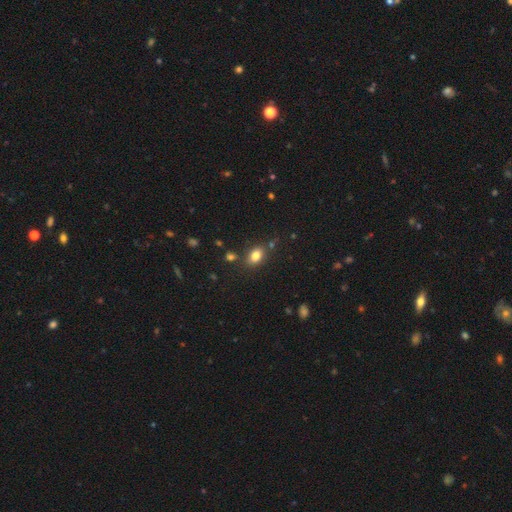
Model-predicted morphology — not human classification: type=smooth (81%); roundness=in between (79%); merging=none (76%).